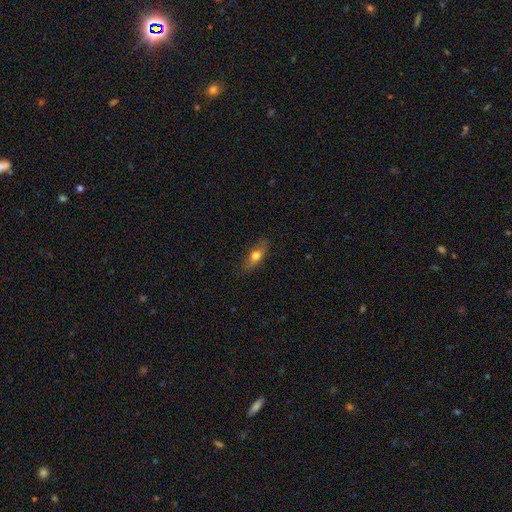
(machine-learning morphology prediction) Q: Smooth or featured?
A: smooth (66%); runner-up: featured or disk (26%)
Q: How rounded?
A: in between (63%); runner-up: cigar-shaped (31%)
Q: Merging?
A: none (80%); runner-up: minor disturbance (15%)